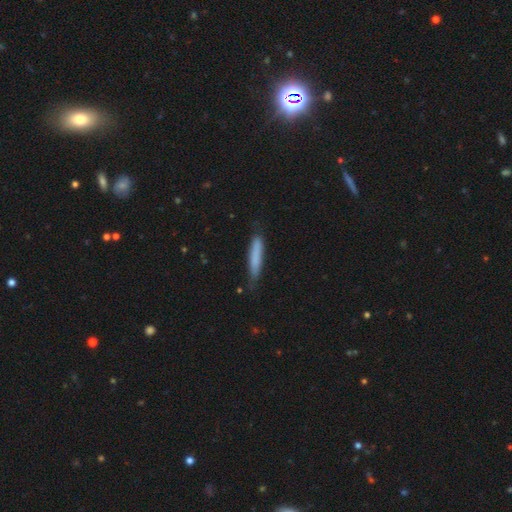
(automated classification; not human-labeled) Smooth or featured? smooth (78%)
How rounded? cigar-shaped (91%)
Merging? none (73%)